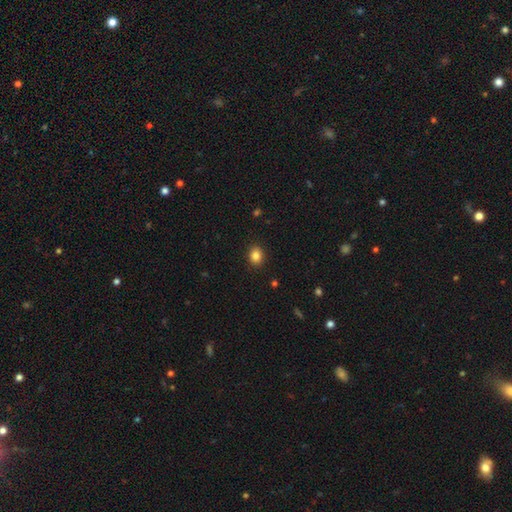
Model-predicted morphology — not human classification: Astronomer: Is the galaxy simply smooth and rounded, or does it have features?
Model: smooth — 85%.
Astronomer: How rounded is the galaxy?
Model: round — 56% (runner-up: in between, 43%).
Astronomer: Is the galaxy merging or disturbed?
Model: none — 90%.